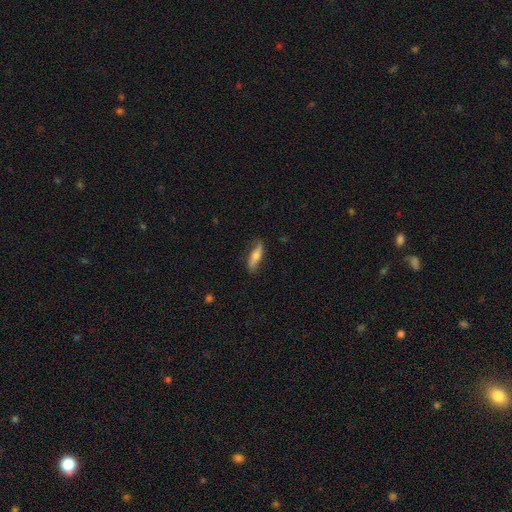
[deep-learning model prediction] Smooth or featured?
  - smooth: 59% *
  - featured or disk: 35%
  - star or artifact: 6%
How rounded?
  - cigar-shaped: 60% *
  - in between: 37%
  - round: 3%
Merging?
  - none: 77% *
  - minor disturbance: 18%
  - major disturbance: 3%
  - merger: 1%